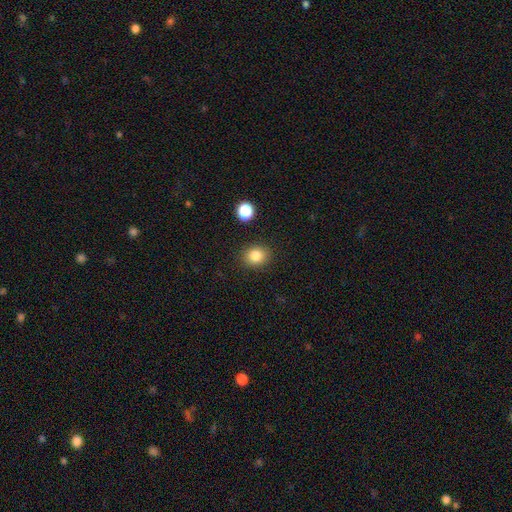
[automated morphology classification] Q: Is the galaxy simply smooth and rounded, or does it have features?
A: smooth — 83%.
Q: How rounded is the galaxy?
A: round — 64%.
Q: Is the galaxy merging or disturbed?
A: none — 88%.